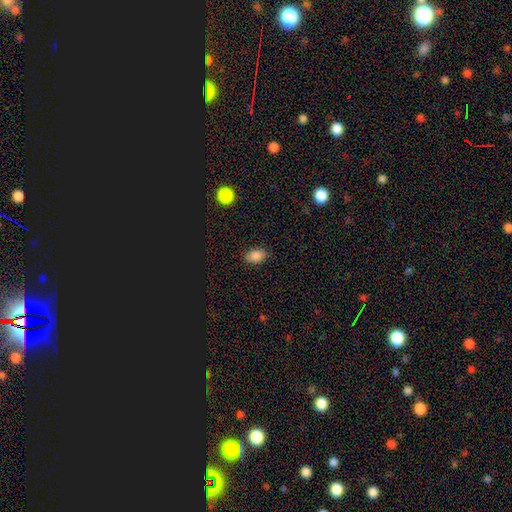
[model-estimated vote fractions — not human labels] This is clearly a smooth galaxy (85%). How rounded: clearly in between (86%). Merging: clearly none (86%).